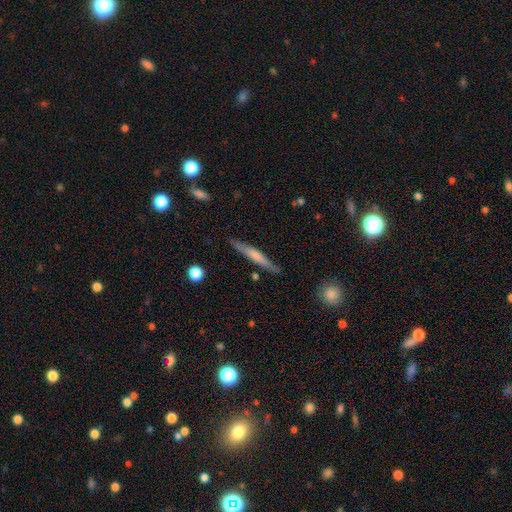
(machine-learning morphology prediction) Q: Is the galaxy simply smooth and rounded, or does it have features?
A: smooth — 48%.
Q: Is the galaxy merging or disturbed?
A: none — 86%.